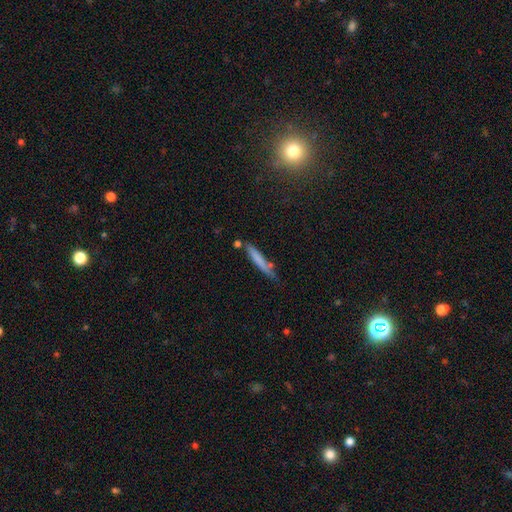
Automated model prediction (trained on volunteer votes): The model was most divided on "smooth or featured": smooth: 66%, featured or disk: 25%, star or artifact: 8%. More confident: how rounded — cigar-shaped (94%); merging — none (69%).